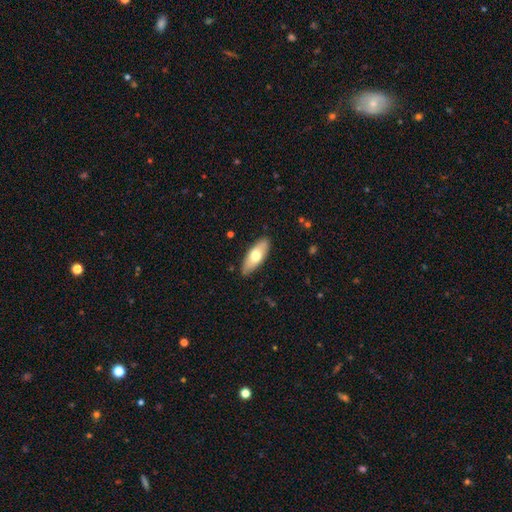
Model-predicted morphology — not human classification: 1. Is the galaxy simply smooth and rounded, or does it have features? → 66% smooth, 29% featured or disk, 5% star or artifact.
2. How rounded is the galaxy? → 73% in between, 25% cigar-shaped, 2% round.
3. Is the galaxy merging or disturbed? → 88% none, 9% minor disturbance, 2% major disturbance, 1% merger.